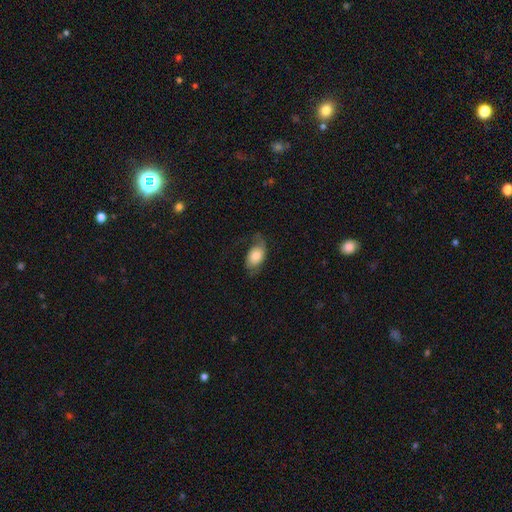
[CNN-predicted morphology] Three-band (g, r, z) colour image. It shows a smooth galaxy with no disk features (61%) that is in between round and cigar-shaped (89%). Merging: none (50%).